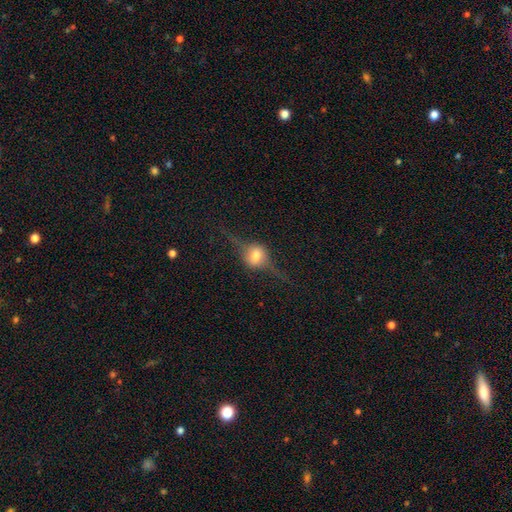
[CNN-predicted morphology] This is likely a featured or disk galaxy (73%). It is clearly viewed edge-on (93%). Edge-on bulge: clearly rounded (96%). Merging: likely none (77%).